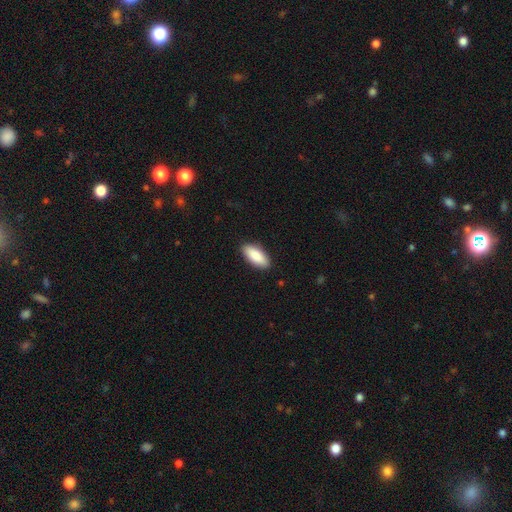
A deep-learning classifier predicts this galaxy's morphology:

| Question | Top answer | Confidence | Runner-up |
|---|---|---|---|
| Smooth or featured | smooth | 89% | featured or disk (6%) |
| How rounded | in between | 84% | cigar-shaped (14%) |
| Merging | none | 89% | minor disturbance (8%) |